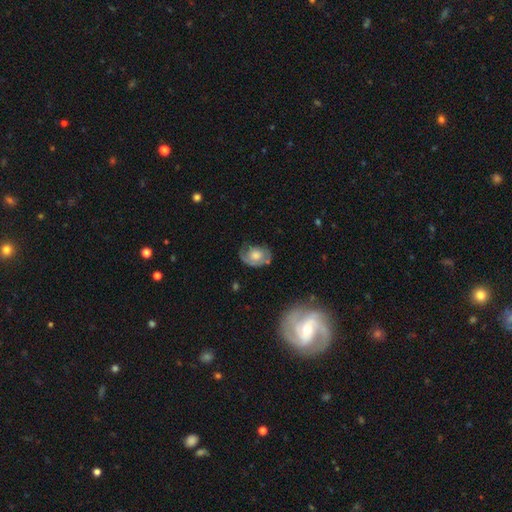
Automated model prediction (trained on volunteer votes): Q: Smooth or featured?
A: featured or disk (56%); runner-up: smooth (37%)
Q: Edge-on disk?
A: no (95%); runner-up: yes (5%)
Q: Bar?
A: no (80%); runner-up: weak (17%)
Q: Spiral arms?
A: yes (77%); runner-up: no (23%)
Q: Bulge size?
A: moderate (49%); runner-up: large (29%)
Q: Merging?
A: none (57%); runner-up: minor disturbance (26%)